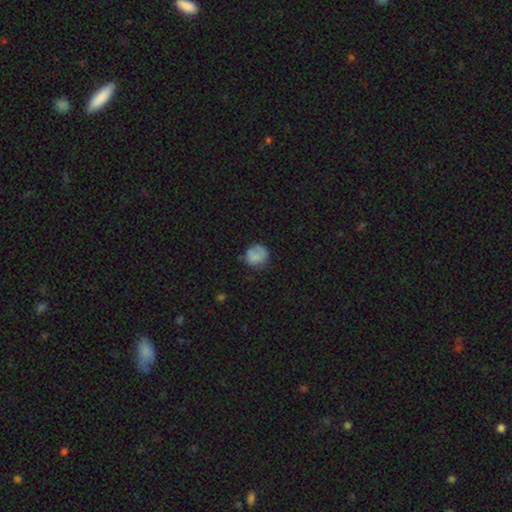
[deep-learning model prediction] A smooth galaxy with no disk features (76%) that is round (80%). Merging: none (61%).